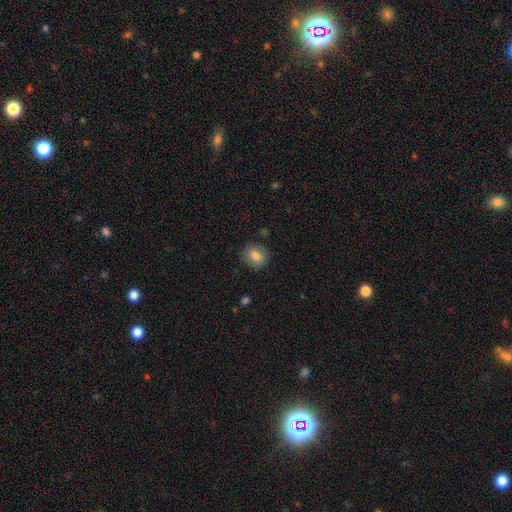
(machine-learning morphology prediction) Smooth or featured? smooth (82%)
How rounded? round (73%)
Merging? none (86%)